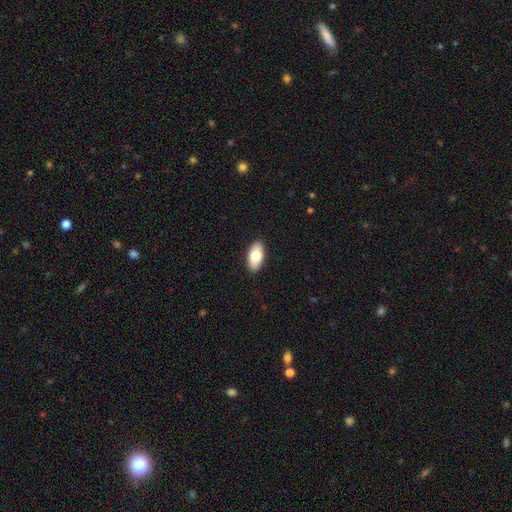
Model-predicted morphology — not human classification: Smooth or featured? smooth (81%)
How rounded? in between (93%)
Merging? none (91%)